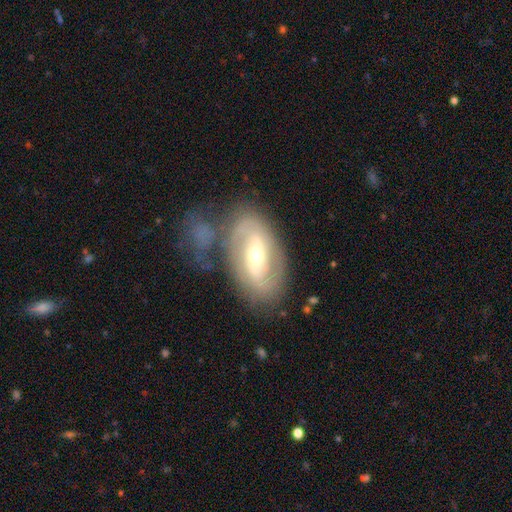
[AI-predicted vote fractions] Smooth or featured? Predicted: featured or disk (p=0.79). Edge-on disk? Predicted: no (p=0.94). Bar? Predicted: strong (p=0.38). Spiral arms? Predicted: yes (p=0.82). Spiral winding? Predicted: medium (p=0.40). Spiral arm count? Predicted: 2 (p=0.78). Bulge size? Predicted: moderate (p=0.52). Merging? Predicted: none (p=0.59).